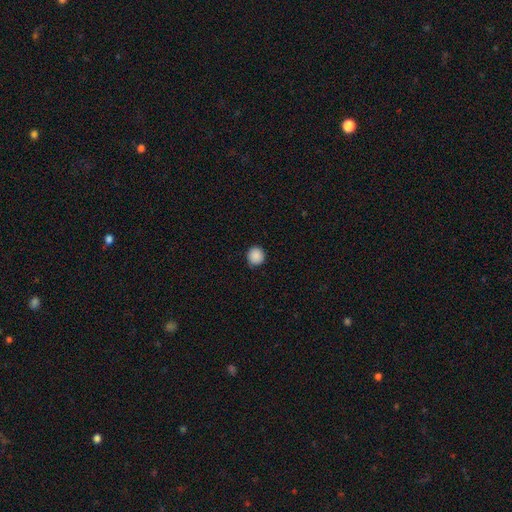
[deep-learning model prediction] Overall: smooth (89%). How rounded: round (91%). Merging: none (89%).